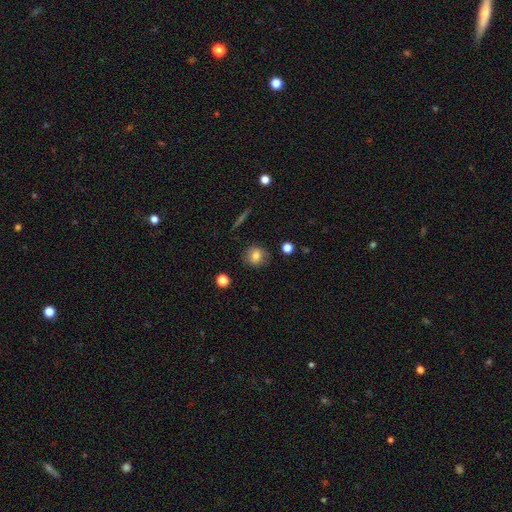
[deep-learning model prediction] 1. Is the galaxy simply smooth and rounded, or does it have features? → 77% smooth, 13% featured or disk, 10% star or artifact.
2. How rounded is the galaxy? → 81% round, 17% in between, 1% cigar-shaped.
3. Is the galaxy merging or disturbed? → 84% none, 12% minor disturbance, 3% major disturbance, 2% merger.